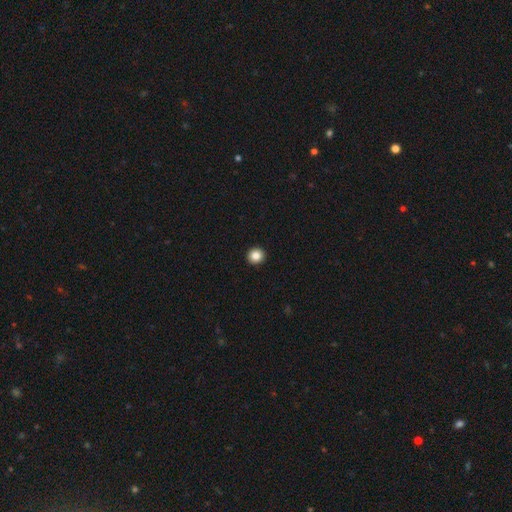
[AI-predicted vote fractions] The model was most divided on "smooth or featured": smooth: 85%, star or artifact: 10%, featured or disk: 5%. More confident: merging — none (94%); how rounded — round (90%).